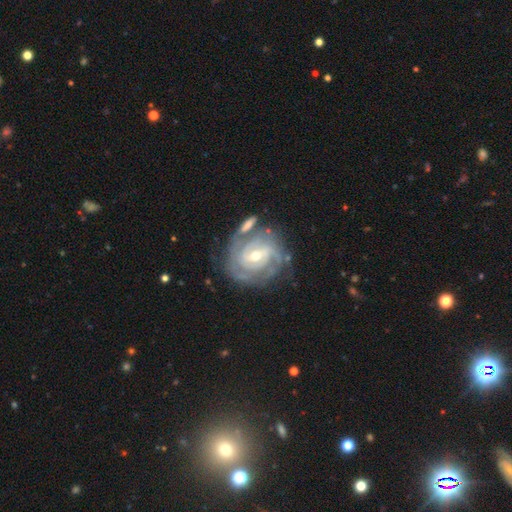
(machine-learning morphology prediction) Overall: featured or disk (90%). Edge-on disk: no (97%). Bar: weak (48%; no 29%). Spiral arms: yes (97%). Spiral arm count: 3 (29%; 2 24%). Spiral winding: tight (73%). Bulge size: small (51%; moderate 46%). Merging: none (65%).